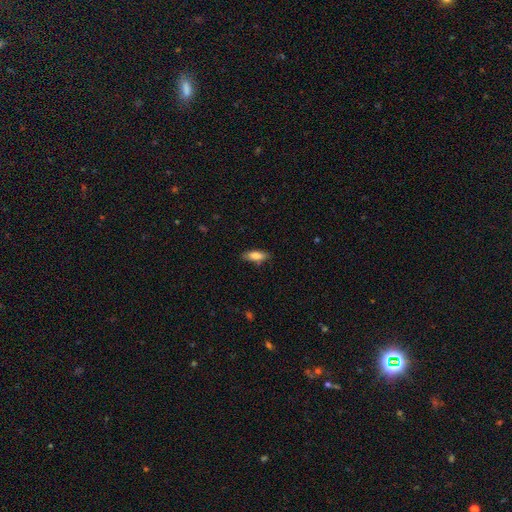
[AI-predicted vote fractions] A smooth galaxy with no disk features (80%) that is in between round and cigar-shaped (68%).

Vote fractions:
- Smooth or featured? smooth: 80% / featured or disk: 13% / star or artifact: 7%
- How rounded? in between: 68% / cigar-shaped: 29% / round: 2%
- Merging? none: 82% / minor disturbance: 14% / major disturbance: 3% / merger: 1%